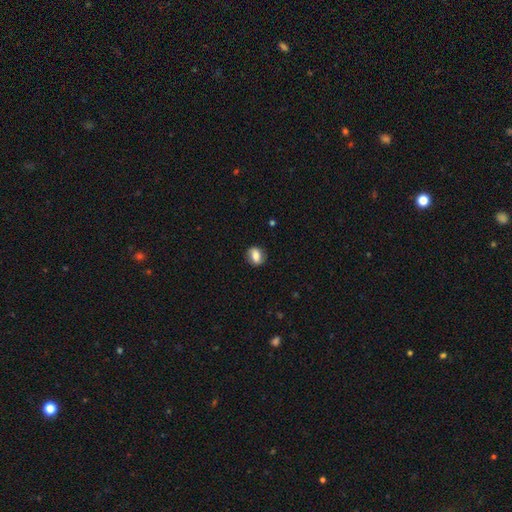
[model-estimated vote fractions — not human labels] Overall: smooth (69%). How rounded: in between (56%; round 42%). Merging: none (84%).